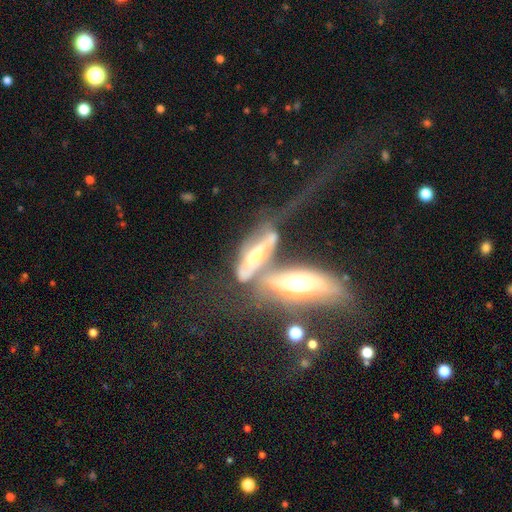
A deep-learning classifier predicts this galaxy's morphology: type=featured or disk (69%); edge-on=no (51%); merging=merger (63%).